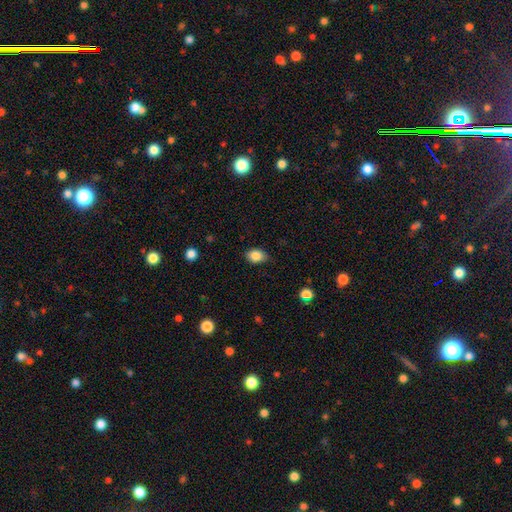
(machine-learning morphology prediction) Smooth or featured?
  - smooth: 86% *
  - star or artifact: 8%
  - featured or disk: 5%
How rounded?
  - in between: 74% *
  - round: 25%
  - cigar-shaped: 1%
Merging?
  - none: 79% *
  - minor disturbance: 17%
  - major disturbance: 3%
  - merger: 1%